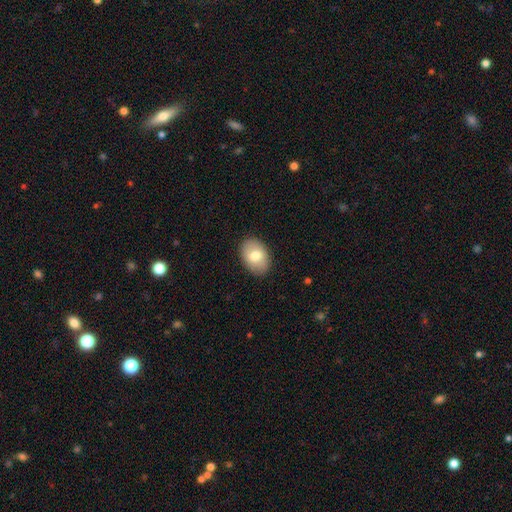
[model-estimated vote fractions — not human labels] smooth 76%, featured or disk 18%, star or artifact 7%. Down the decision tree: how rounded — in between (85%); merging — none (88%).